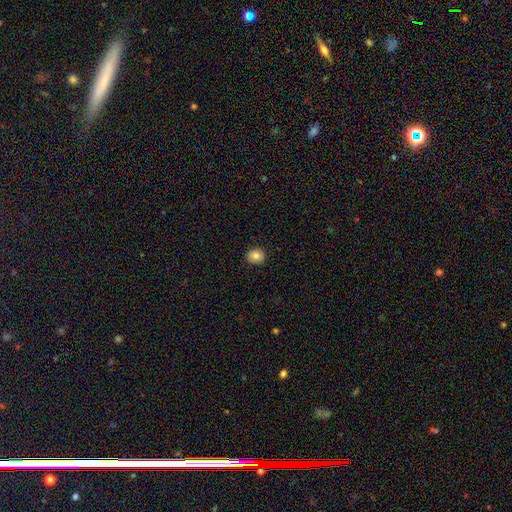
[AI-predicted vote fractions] A smooth galaxy with no disk features (77%) that is round (80%).

Vote fractions:
- Smooth or featured? smooth: 77% / featured or disk: 15% / star or artifact: 8%
- How rounded? round: 80% / in between: 19% / cigar-shaped: 1%
- Merging? none: 89% / minor disturbance: 8% / major disturbance: 2% / merger: 1%